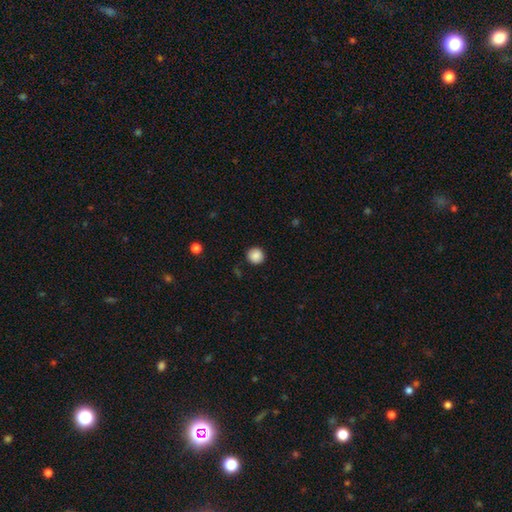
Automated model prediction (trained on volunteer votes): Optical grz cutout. It shows a smooth galaxy with no disk features (88%) that is round (94%). Merging: none (90%).